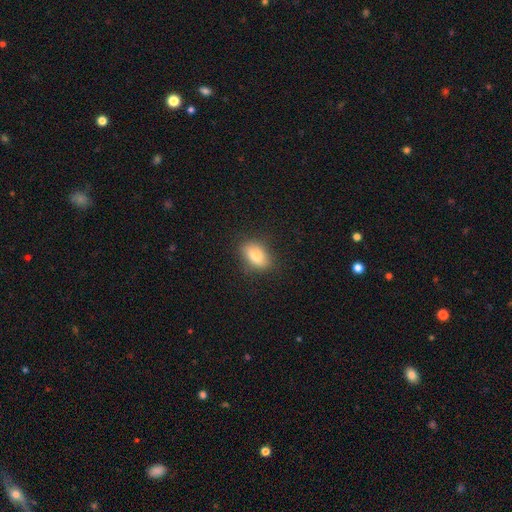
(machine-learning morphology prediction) type=smooth (79%); roundness=in between (85%); merging=none (82%).